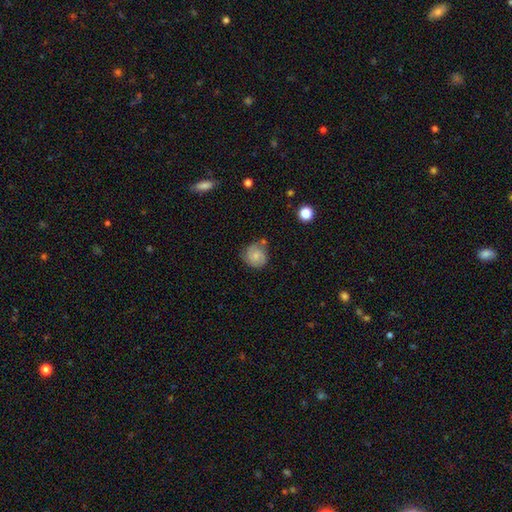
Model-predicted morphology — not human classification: type=featured or disk (55%); edge-on=no (98%); bar=no (69%); spiral arms=yes (88%); bulge=small (53%); merging=none (61%).